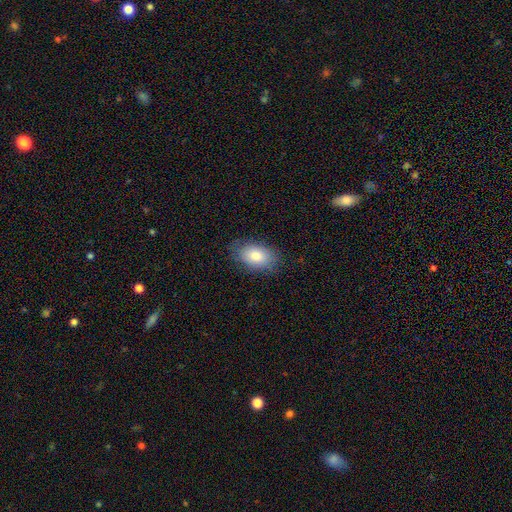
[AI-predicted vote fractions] Smooth or featured?
  - smooth: 81% *
  - featured or disk: 12%
  - star or artifact: 7%
How rounded?
  - in between: 91% *
  - round: 8%
  - cigar-shaped: 2%
Merging?
  - none: 80% *
  - minor disturbance: 15%
  - major disturbance: 4%
  - merger: 1%